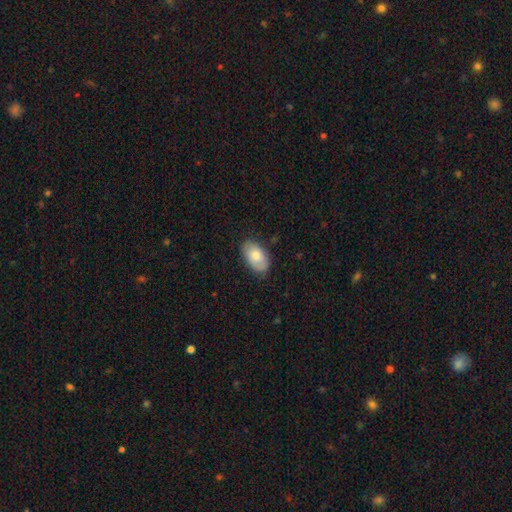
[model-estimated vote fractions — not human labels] The model was most divided on "smooth or featured": smooth: 77%, featured or disk: 17%, star or artifact: 6%. More confident: how rounded — in between (93%); merging — none (78%).